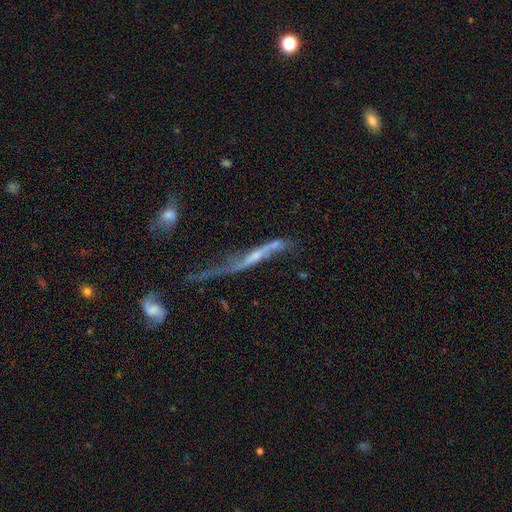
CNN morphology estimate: This appears to be a featured or disk galaxy (70%) viewed edge-on (53%). Merging: major disturbance (31%).